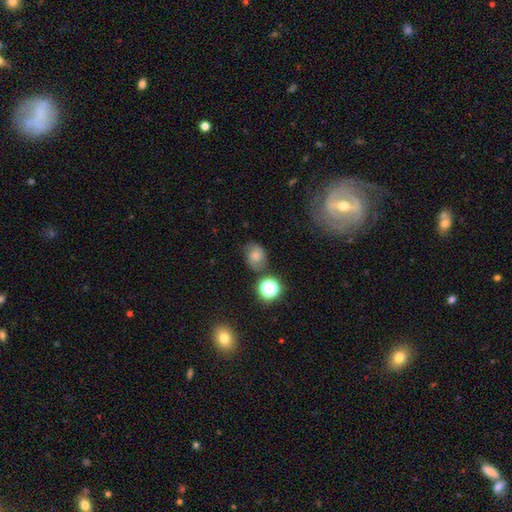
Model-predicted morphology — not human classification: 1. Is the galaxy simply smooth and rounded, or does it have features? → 68% smooth, 16% featured or disk, 16% star or artifact.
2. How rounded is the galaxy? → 50% round, 49% in between, 1% cigar-shaped.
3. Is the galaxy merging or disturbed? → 67% none, 22% minor disturbance, 7% major disturbance, 5% merger.